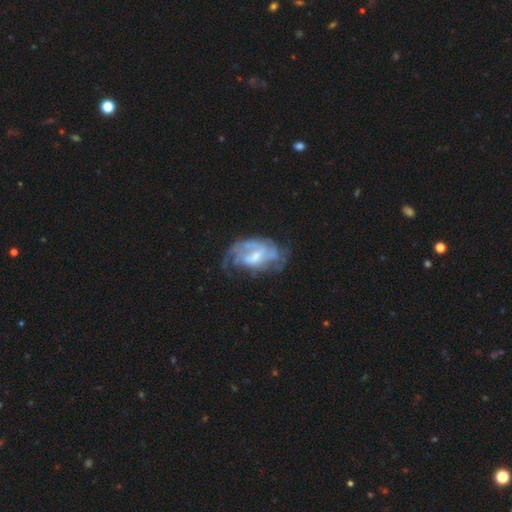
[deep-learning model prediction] Smooth or featured: featured or disk — 79% (smooth — 14%)
Edge-on disk: no — 96% (yes — 4%)
Bar: weak — 51% (no — 30%)
Spiral arms: yes — 82% (no — 18%)
Spiral winding: medium — 41% (tight — 36%)
Spiral arm count: can't tell — 39% (2 — 31%)
Bulge size: moderate — 45% (small — 40%)
Merging: none — 47% (major disturbance — 26%)